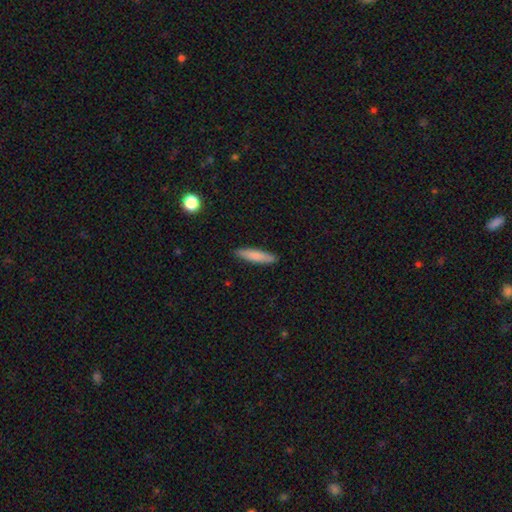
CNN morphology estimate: This is clearly a smooth galaxy (81%). How rounded: clearly cigar-shaped (84%). Merging: clearly none (90%).